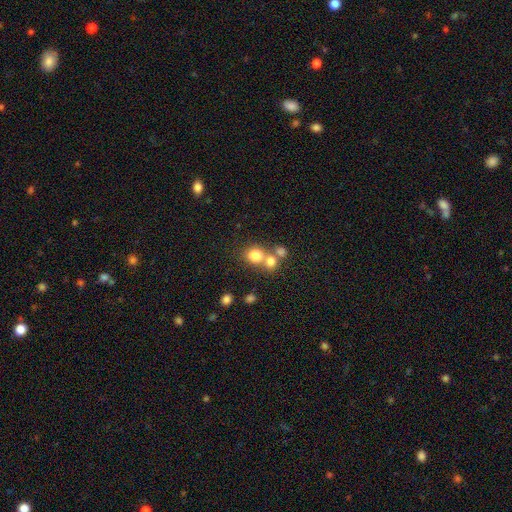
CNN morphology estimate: smooth_or_featured: smooth (p=0.77) [alt: star or artifact p=0.13]
how_rounded: round (p=0.80) [alt: in between p=0.19]
merging: none (p=0.46) [alt: merger p=0.43]